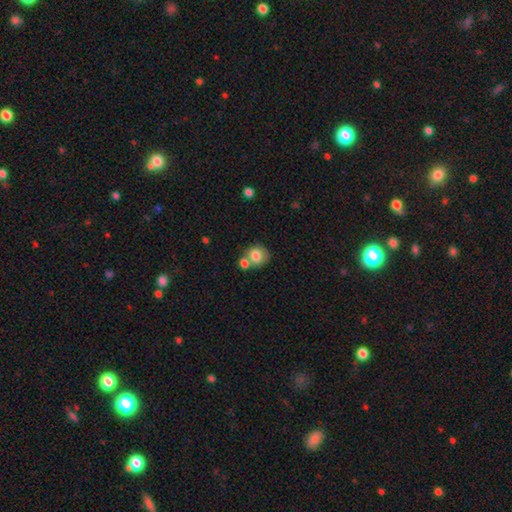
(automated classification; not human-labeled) Smooth or featured? smooth (78%)
How rounded? round (70%)
Merging? none (44%)